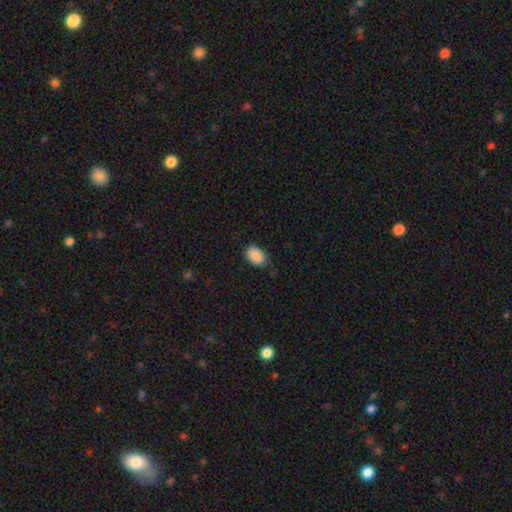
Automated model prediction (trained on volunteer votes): Smooth or featured? smooth (89%)
How rounded? in between (87%)
Merging? none (74%)